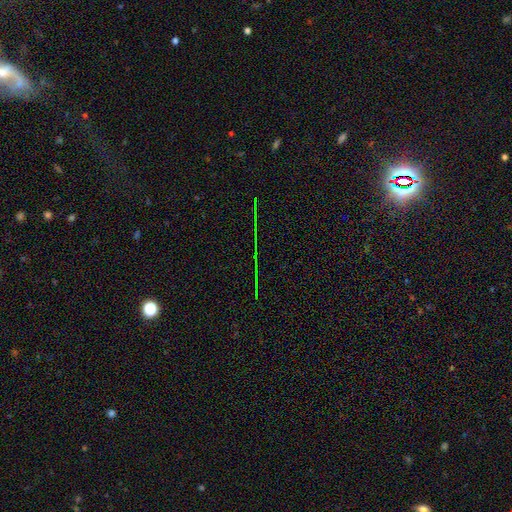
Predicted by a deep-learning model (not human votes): This is likely a star or artifact rather than a galaxy (80%).